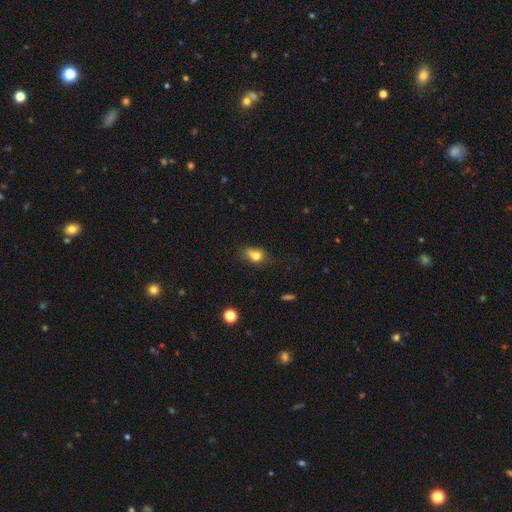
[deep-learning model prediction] A smooth galaxy with no disk features (75%) that is in between round and cigar-shaped (63%).

Vote fractions:
- Smooth or featured? smooth: 75% / featured or disk: 13% / star or artifact: 12%
- How rounded? in between: 63% / round: 34% / cigar-shaped: 3%
- Merging? none: 49% / minor disturbance: 31% / major disturbance: 11% / merger: 10%